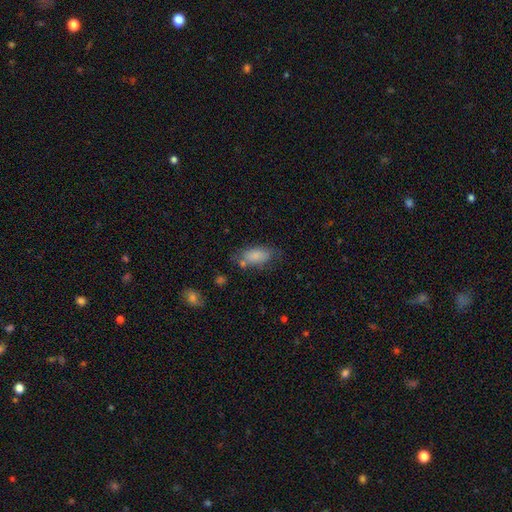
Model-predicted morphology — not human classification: smooth-or-featured: smooth: 82% | featured or disk: 11% | star or artifact: 8%
  how-rounded: in between: 88% | cigar-shaped: 9% | round: 3%
  merging: none: 59% | minor disturbance: 23% | merger: 9% | major disturbance: 8%